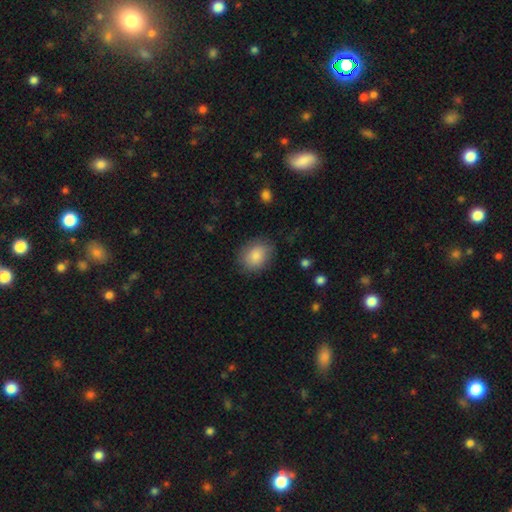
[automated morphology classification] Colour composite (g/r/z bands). It shows a smooth galaxy with no disk features (85%) that is in between round and cigar-shaped (53%). Merging: none (79%).